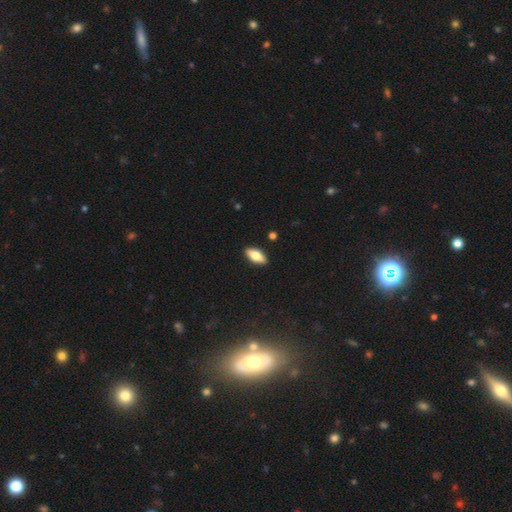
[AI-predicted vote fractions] smooth_or_featured: smooth (p=0.70) [alt: featured or disk p=0.24]
how_rounded: in between (p=0.83) [alt: cigar-shaped p=0.14]
merging: none (p=0.90) [alt: minor disturbance p=0.07]